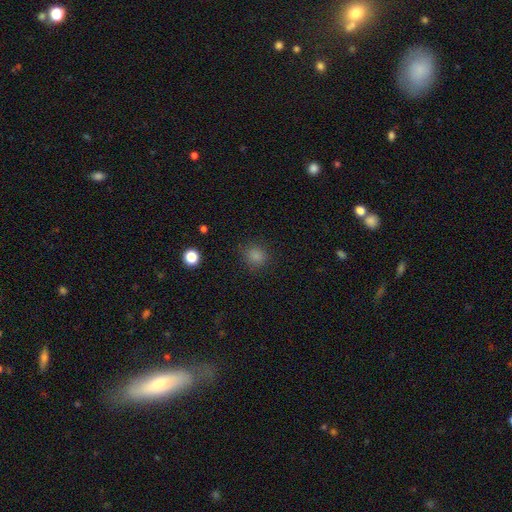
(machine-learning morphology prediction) A smooth galaxy with no disk features (82%) that is round (83%). Merging: none (85%).